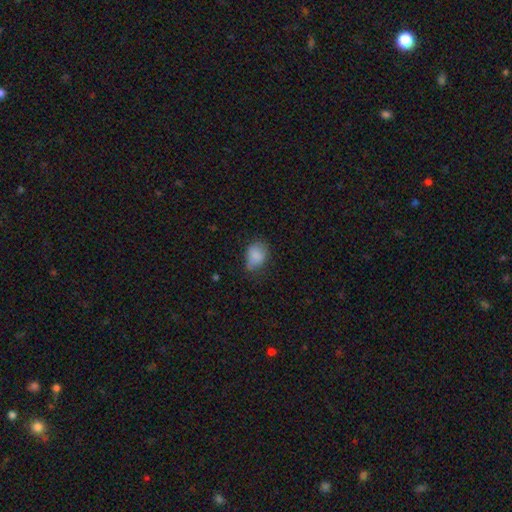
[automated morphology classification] type=smooth (82%); roundness=in between (69%); merging=none (54%).